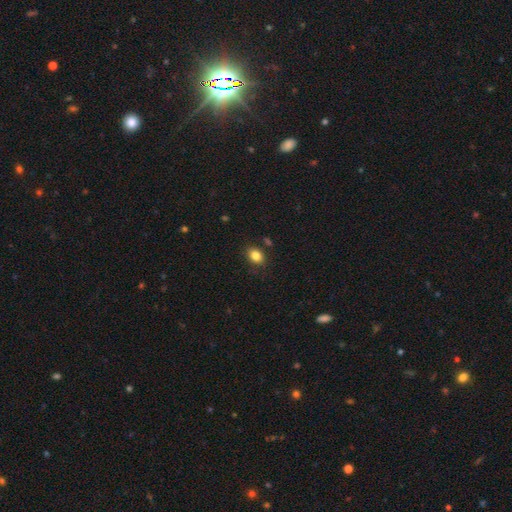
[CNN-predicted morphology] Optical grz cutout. It shows a smooth galaxy with no disk features (84%) that is in between round and cigar-shaped (66%). Merging: none (84%).